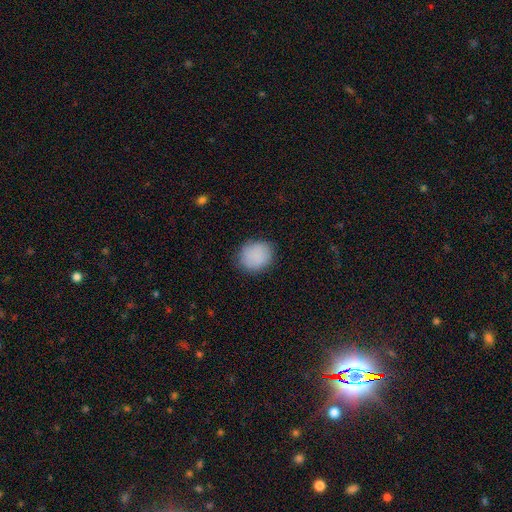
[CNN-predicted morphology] Smooth or featured?
  - smooth: 87% *
  - star or artifact: 8%
  - featured or disk: 6%
How rounded?
  - round: 66% *
  - in between: 33%
  - cigar-shaped: 1%
Merging?
  - none: 82% *
  - minor disturbance: 14%
  - major disturbance: 3%
  - merger: 1%